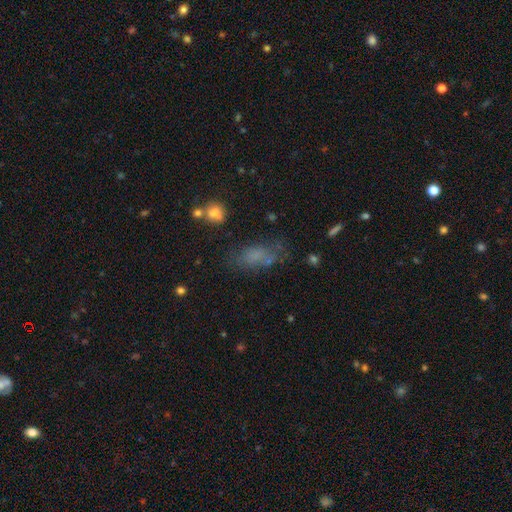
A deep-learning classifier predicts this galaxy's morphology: smooth-or-featured: smooth: 63% | featured or disk: 19% | star or artifact: 18%
  how-rounded: in between: 82% | cigar-shaped: 9% | round: 9%
  merging: none: 52% | minor disturbance: 24% | major disturbance: 17% | merger: 7%